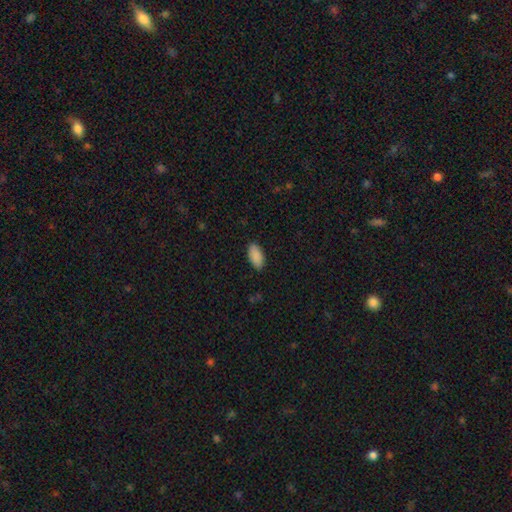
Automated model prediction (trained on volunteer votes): This is clearly a smooth galaxy (90%). How rounded: clearly in between (93%). Merging: clearly none (87%).